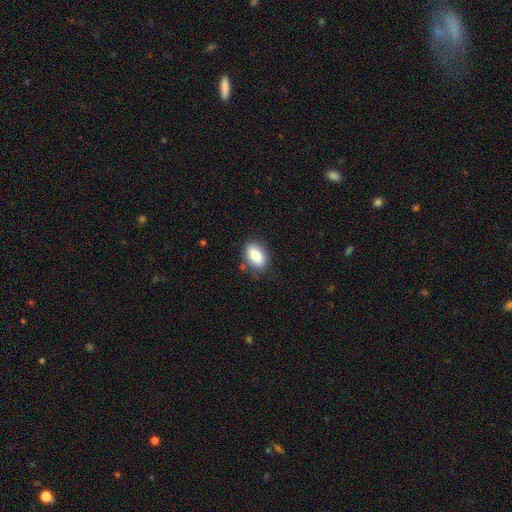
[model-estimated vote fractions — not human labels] This appears to be a smooth galaxy with no disk features (81%) that is in between round and cigar-shaped (87%). Merging: none (79%).